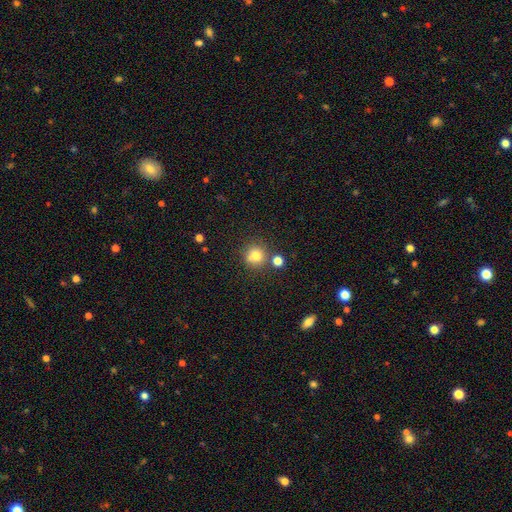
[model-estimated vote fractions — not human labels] Smooth or featured: smooth — 78% (star or artifact — 13%)
How rounded: round — 91% (in between — 8%)
Merging: none — 69% (merger — 16%)